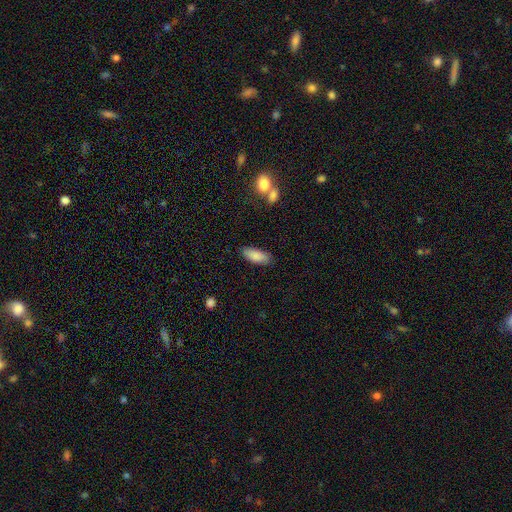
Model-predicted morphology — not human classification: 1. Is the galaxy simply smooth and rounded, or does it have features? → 87% smooth, 7% featured or disk, 7% star or artifact.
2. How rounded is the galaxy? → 79% in between, 19% cigar-shaped, 2% round.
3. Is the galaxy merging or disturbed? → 83% none, 11% minor disturbance, 3% major disturbance, 2% merger.